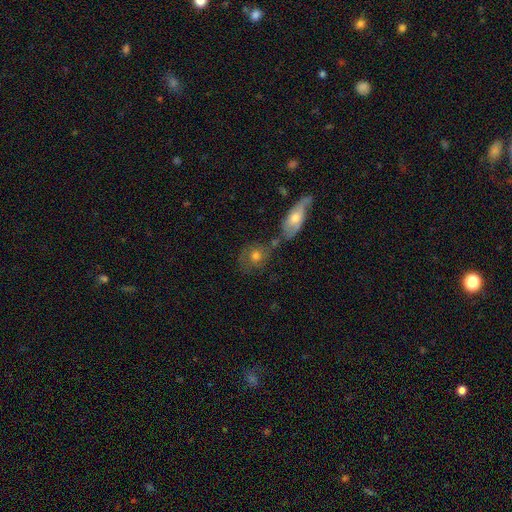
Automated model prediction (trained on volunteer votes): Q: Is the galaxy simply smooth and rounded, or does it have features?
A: smooth — 58%.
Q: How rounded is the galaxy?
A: round — 64%.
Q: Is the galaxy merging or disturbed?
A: none — 47%.